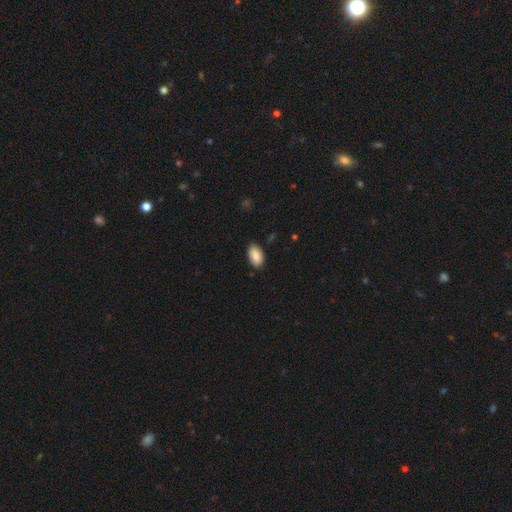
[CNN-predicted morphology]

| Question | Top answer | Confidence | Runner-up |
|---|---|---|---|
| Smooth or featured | smooth | 86% | featured or disk (8%) |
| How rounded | in between | 95% | round (4%) |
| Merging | none | 86% | minor disturbance (11%) |